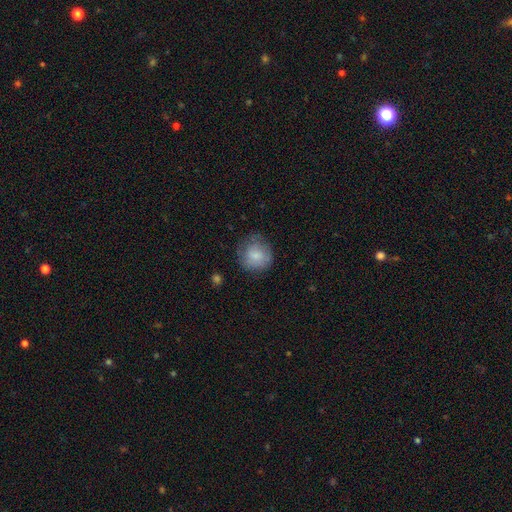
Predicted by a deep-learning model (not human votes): Smooth or featured? Predicted: smooth (p=0.77). How rounded? Predicted: round (p=0.85). Merging? Predicted: none (p=0.65).